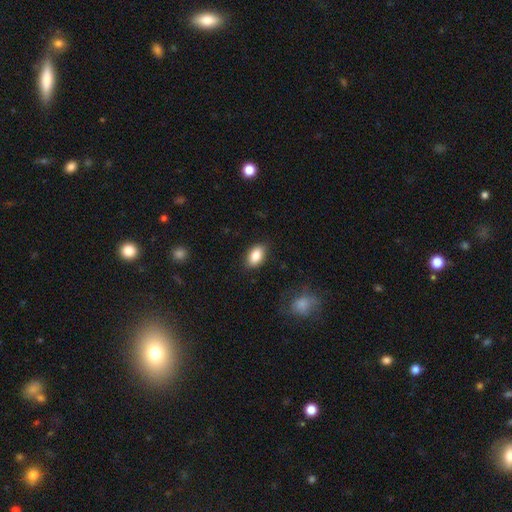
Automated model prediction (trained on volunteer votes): A smooth galaxy with no disk features (86%) that is in between round and cigar-shaped (90%).

Vote fractions:
- Smooth or featured? smooth: 86% / star or artifact: 8% / featured or disk: 7%
- How rounded? in between: 90% / round: 8% / cigar-shaped: 2%
- Merging? none: 87% / minor disturbance: 10% / major disturbance: 2% / merger: 1%